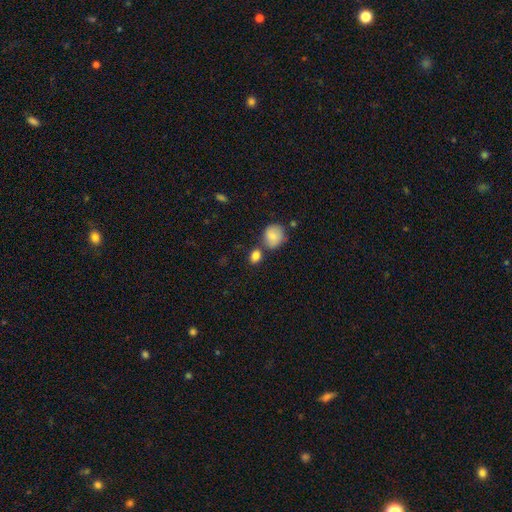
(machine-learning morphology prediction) smooth 84%, star or artifact 9%, featured or disk 7%. Down the decision tree: how rounded — in between (50%); merging — none (58%).